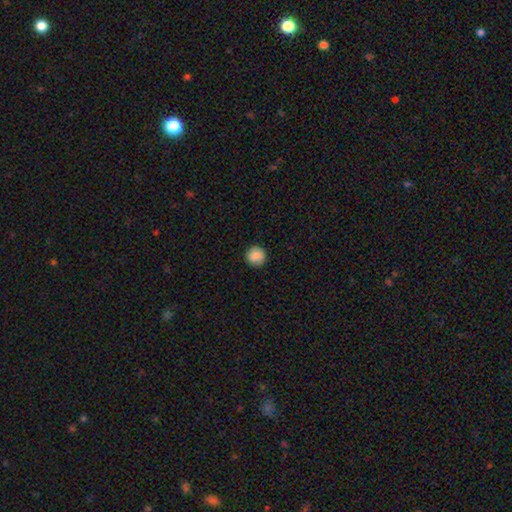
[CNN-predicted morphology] type=smooth (88%); roundness=round (95%); merging=none (91%).